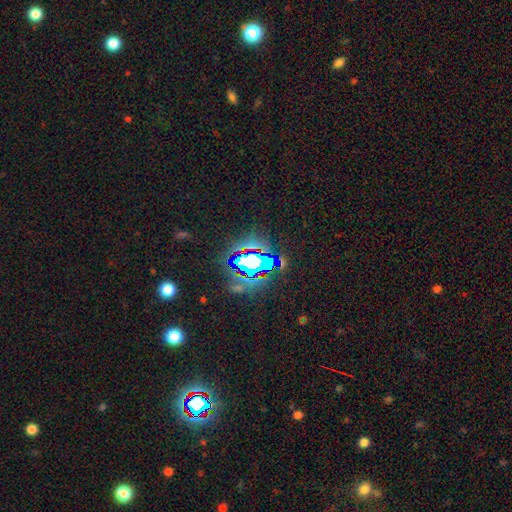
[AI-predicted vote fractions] star or artifact 70%, smooth 18%, featured or disk 13%.